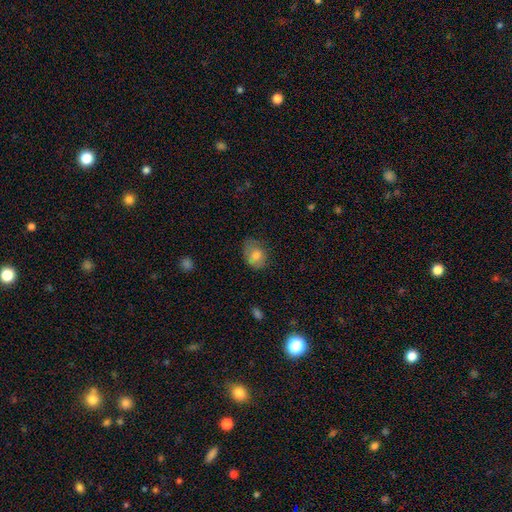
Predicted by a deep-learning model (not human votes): The model was most divided on "how rounded": in between: 58%, round: 41%, cigar-shaped: 1%. More confident: smooth or featured — smooth (76%); merging — none (57%).